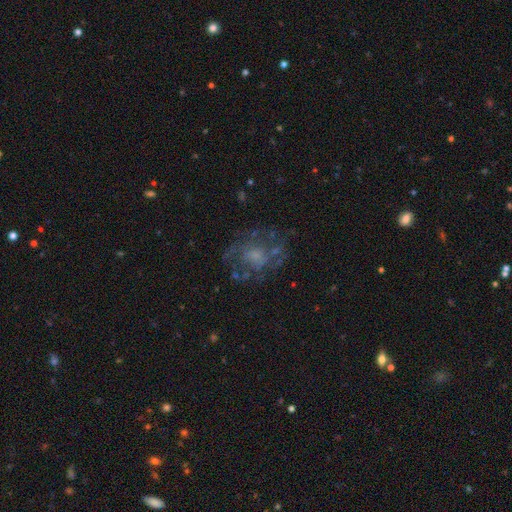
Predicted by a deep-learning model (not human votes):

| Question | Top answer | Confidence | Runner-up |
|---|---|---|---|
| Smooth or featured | featured or disk | 61% | smooth (25%) |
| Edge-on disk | no | 97% | yes (3%) |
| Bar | no | 81% | weak (16%) |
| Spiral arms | no | 56% | yes (44%) |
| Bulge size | small | 33% | tied: moderate (33%) |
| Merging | none | 60% | major disturbance (19%) |